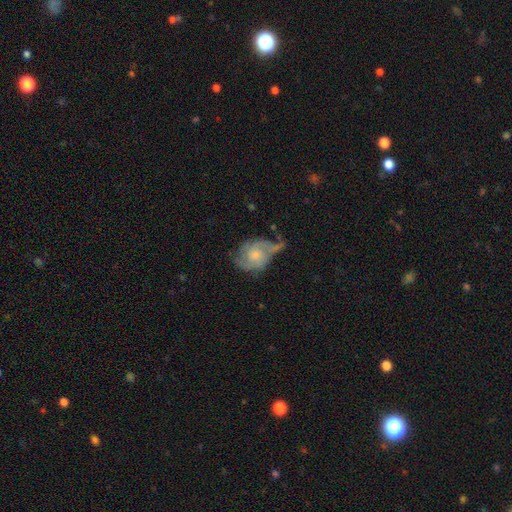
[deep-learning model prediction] smooth-or-featured: featured or disk: 64% | smooth: 29% | star or artifact: 7%
  disk-edge-on: no: 97% | yes: 3%
    bar: no: 73% | weak: 24% | strong: 3%
    has-spiral-arms: yes: 80% | no: 20%
    bulge-size: small: 43% | moderate: 38% | none: 11% | large: 6% | dominant: 2%
  merging: none: 31% (tied) | major disturbance: 31% (tied) | minor disturbance: 30% | merger: 8%